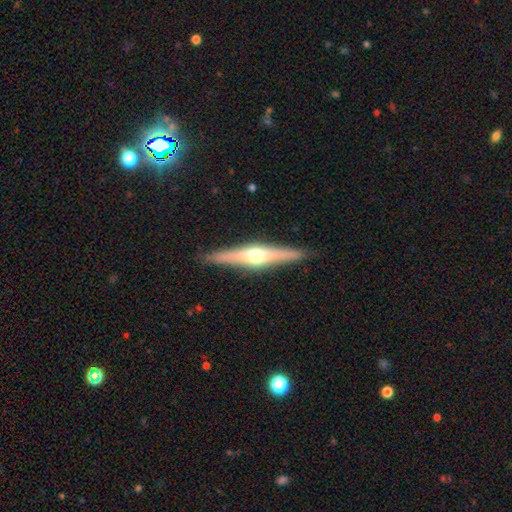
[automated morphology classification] smooth-or-featured: featured or disk: 74% | smooth: 20% | star or artifact: 6%
  disk-edge-on: yes: 97% | no: 3%
    edge-on-bulge: rounded: 92% | boxy: 5% | none: 4%
  merging: none: 91% | minor disturbance: 7% | major disturbance: 2% | merger: 1%